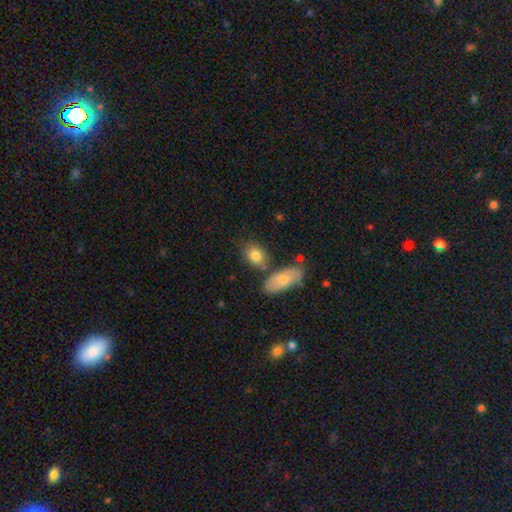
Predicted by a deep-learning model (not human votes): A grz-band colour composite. It shows a smooth galaxy with no disk features (82%) that is in between round and cigar-shaped (65%). Merging: none (65%).